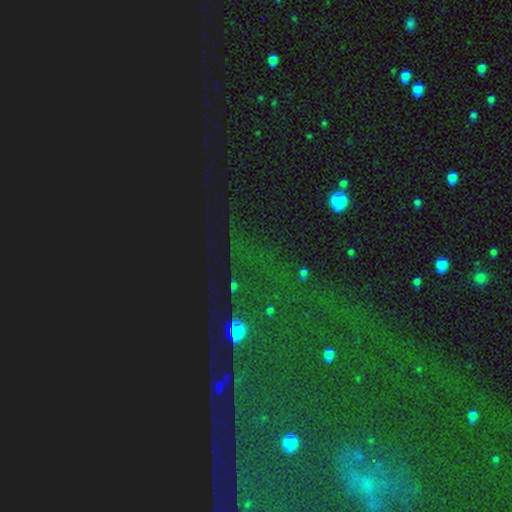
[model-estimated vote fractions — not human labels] star or artifact 82%, smooth 10%, featured or disk 8%.